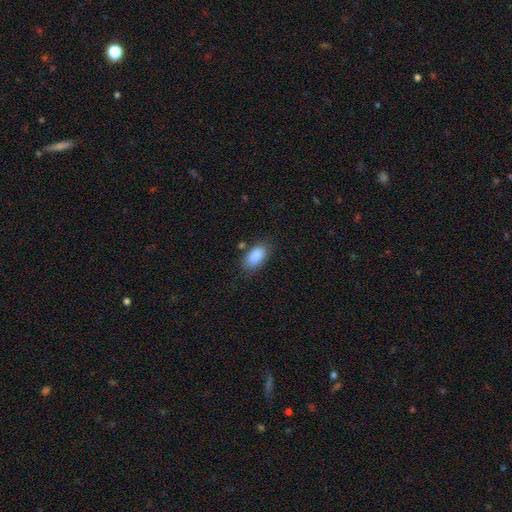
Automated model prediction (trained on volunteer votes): This is clearly a smooth galaxy (88%). How rounded: clearly in between (93%). Merging: likely none (74%).